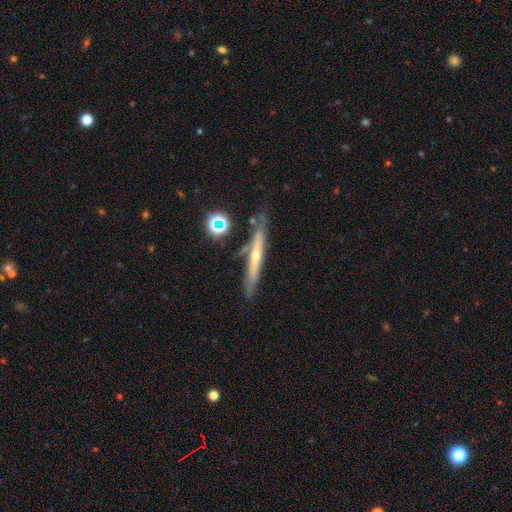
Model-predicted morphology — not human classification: Smooth or featured?
  - featured or disk: 61% *
  - smooth: 30%
  - star or artifact: 9%
Edge-on disk?
  - yes: 87% *
  - no: 13%
Edge-on bulge?
  - rounded: 65% *
  - none: 31%
  - boxy: 3%
Merging?
  - none: 74% *
  - minor disturbance: 17%
  - merger: 5%
  - major disturbance: 4%